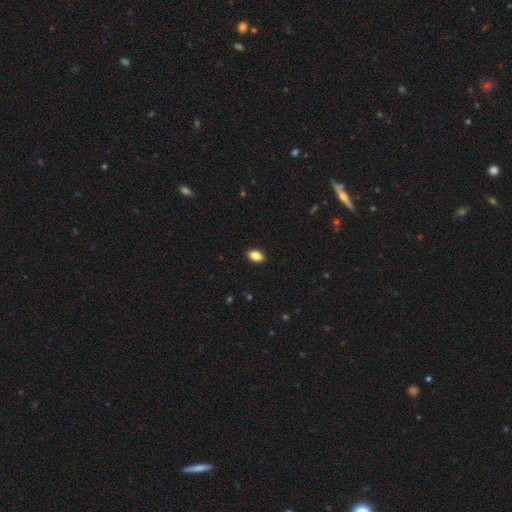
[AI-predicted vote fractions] smooth-or-featured: smooth: 85% | star or artifact: 8% | featured or disk: 6%
  how-rounded: in between: 89% | round: 9% | cigar-shaped: 2%
  merging: none: 90% | minor disturbance: 8% | major disturbance: 2% | merger: 1%